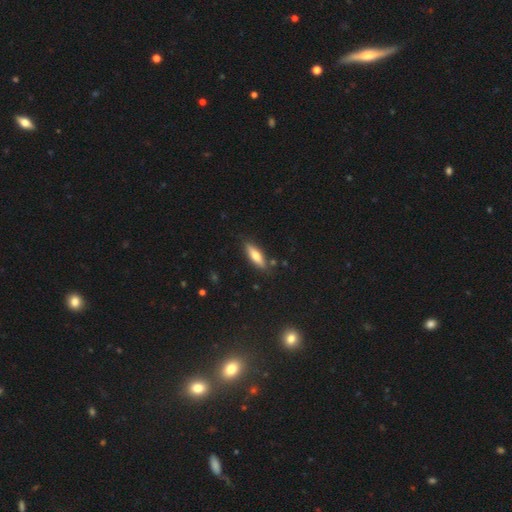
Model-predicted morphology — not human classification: smooth-or-featured: smooth: 64% | featured or disk: 30% | star or artifact: 7%
  how-rounded: cigar-shaped: 54% | in between: 44% | round: 2%
  merging: none: 85% | minor disturbance: 11% | merger: 2% | major disturbance: 2%